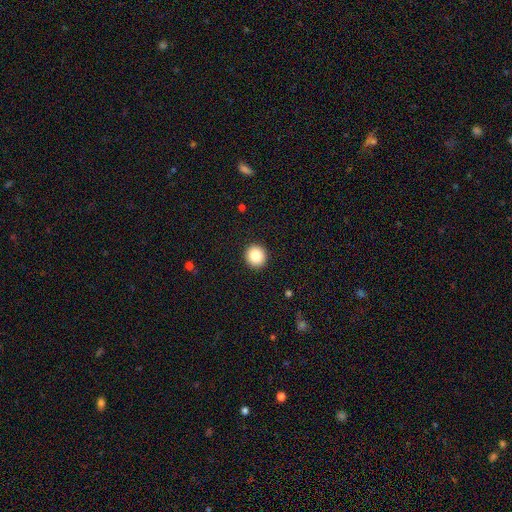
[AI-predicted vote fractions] The model was most divided on "smooth or featured": smooth: 85%, star or artifact: 9%, featured or disk: 6%. More confident: how rounded — round (93%); merging — none (93%).